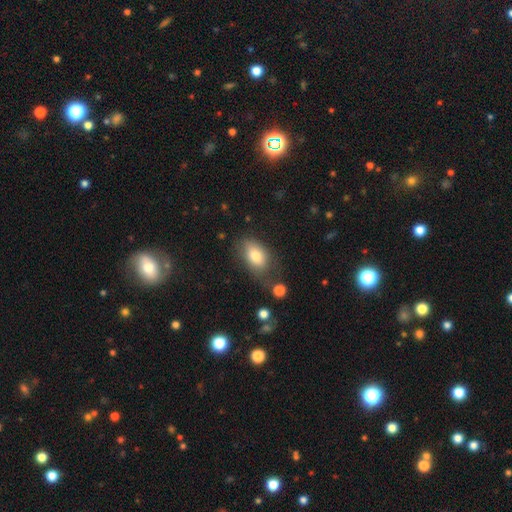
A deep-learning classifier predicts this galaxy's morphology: Overall: smooth (79%). How rounded: in between (88%). Merging: none (60%; minor disturbance 24%).